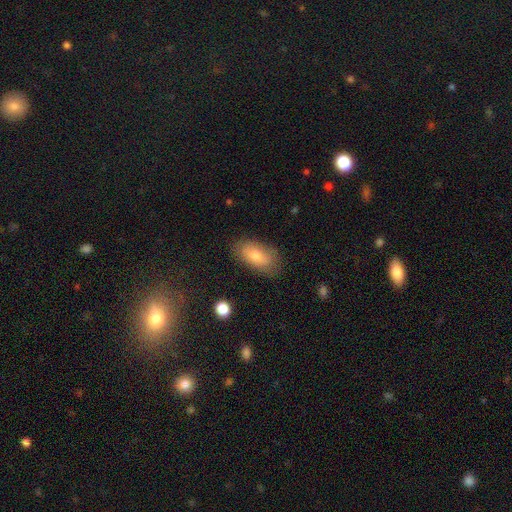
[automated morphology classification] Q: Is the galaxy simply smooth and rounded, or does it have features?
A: smooth — 72%.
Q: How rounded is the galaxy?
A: in between — 91%.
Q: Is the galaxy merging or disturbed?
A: none — 79%.